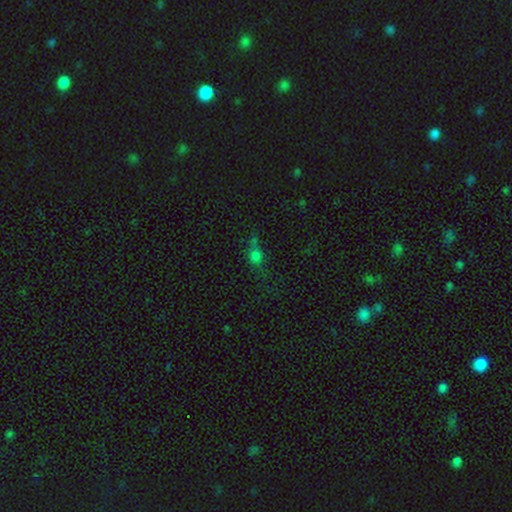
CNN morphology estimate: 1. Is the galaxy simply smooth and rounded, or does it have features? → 64% smooth, 26% star or artifact, 10% featured or disk.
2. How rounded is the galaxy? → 61% round, 33% in between, 6% cigar-shaped.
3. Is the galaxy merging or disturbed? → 41% none, 24% merger, 19% minor disturbance, 15% major disturbance.